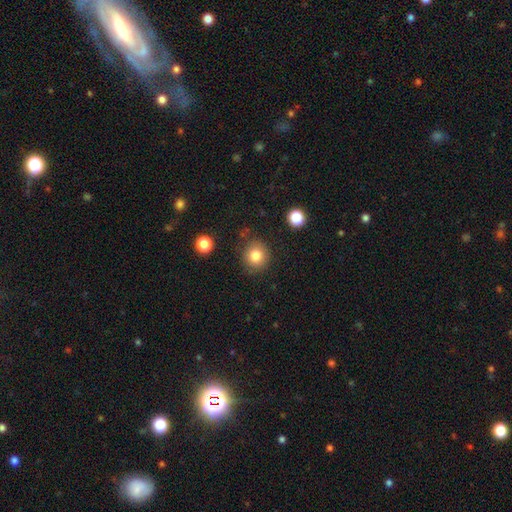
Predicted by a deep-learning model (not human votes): smooth-or-featured: smooth: 82% | star or artifact: 10% | featured or disk: 7%
  how-rounded: round: 88% | in between: 11% | cigar-shaped: 1%
  merging: none: 84% | minor disturbance: 10% | major disturbance: 3% | merger: 3%